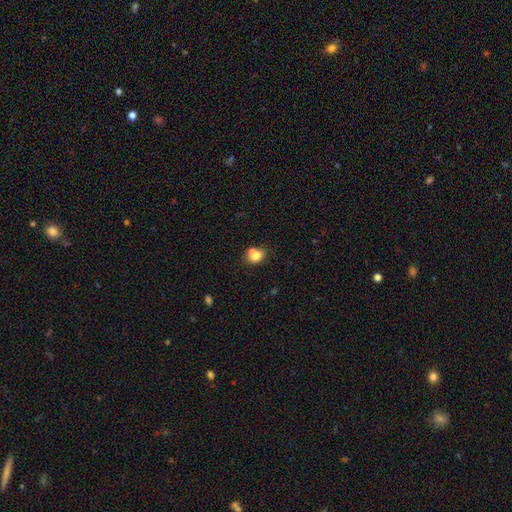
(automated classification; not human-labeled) This is likely a smooth galaxy (75%). How rounded: possibly round (56%). Merging: marginally merger (43%).